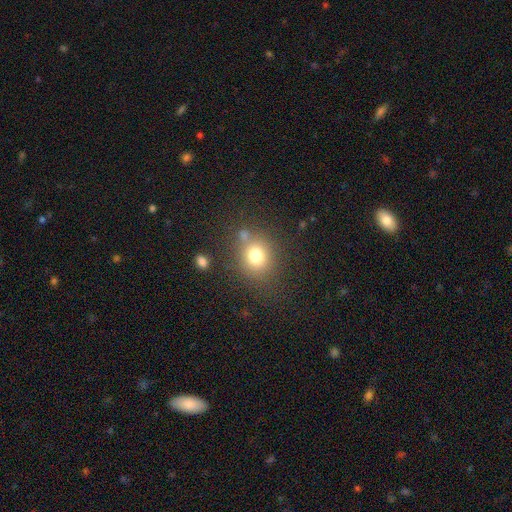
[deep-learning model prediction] This appears to be a smooth galaxy with no disk features (76%) that is round (76%). Merging: none (71%).